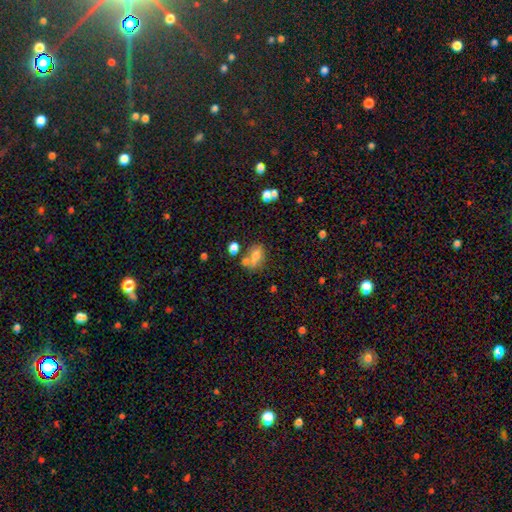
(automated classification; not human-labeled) smooth-or-featured: smooth: 66% | featured or disk: 20% | star or artifact: 14%
  how-rounded: in between: 70% | round: 26% | cigar-shaped: 4%
  merging: none: 42% | merger: 34% | minor disturbance: 15% | major disturbance: 9%